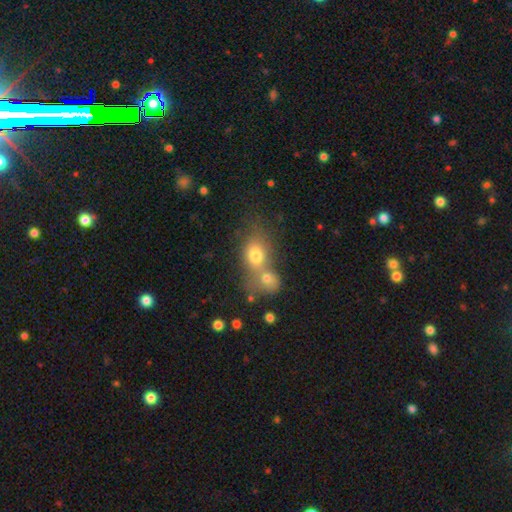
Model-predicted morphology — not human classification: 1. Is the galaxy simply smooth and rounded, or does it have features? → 73% smooth, 16% featured or disk, 12% star or artifact.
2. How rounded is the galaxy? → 60% in between, 38% round, 2% cigar-shaped.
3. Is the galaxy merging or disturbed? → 61% merger, 26% none, 8% minor disturbance, 5% major disturbance.